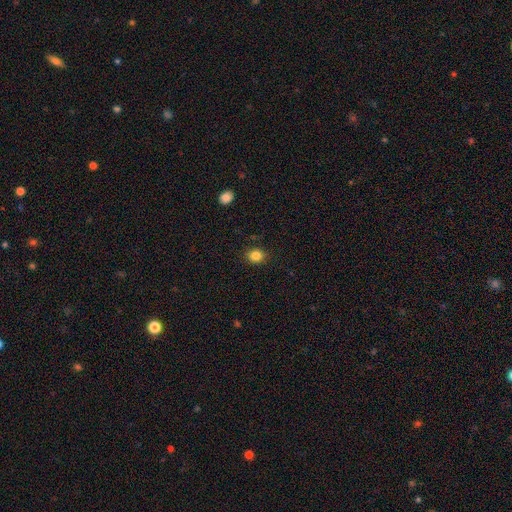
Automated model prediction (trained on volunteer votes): Smooth or featured? Predicted: smooth (p=0.84). How rounded? Predicted: round (p=0.70). Merging? Predicted: none (p=0.90).